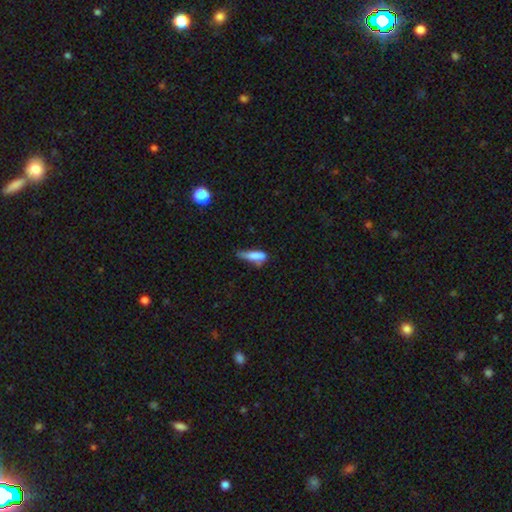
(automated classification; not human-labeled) This appears to be a smooth galaxy with no disk features (77%) that is cigar-shaped (69%). Merging: none (37%, tied with minor disturbance).